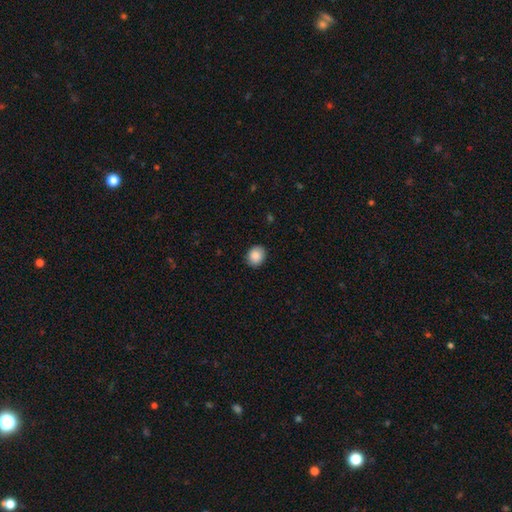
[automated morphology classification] smooth-or-featured: smooth: 88% | star or artifact: 8% | featured or disk: 4%
  how-rounded: round: 65% | in between: 34% | cigar-shaped: 1%
  merging: none: 89% | minor disturbance: 8% | major disturbance: 2% | merger: 1%